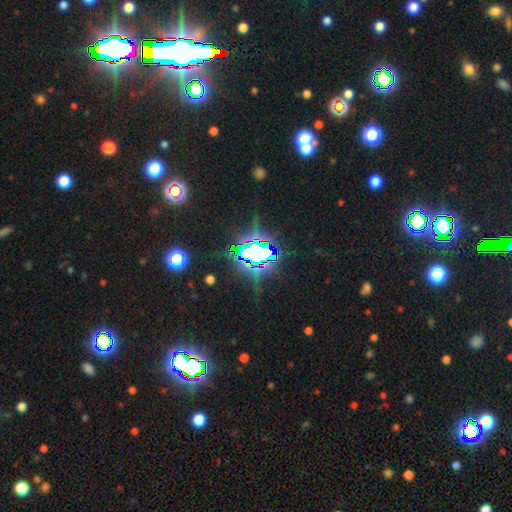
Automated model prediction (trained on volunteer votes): Morphology: type=star or artifact (74%).